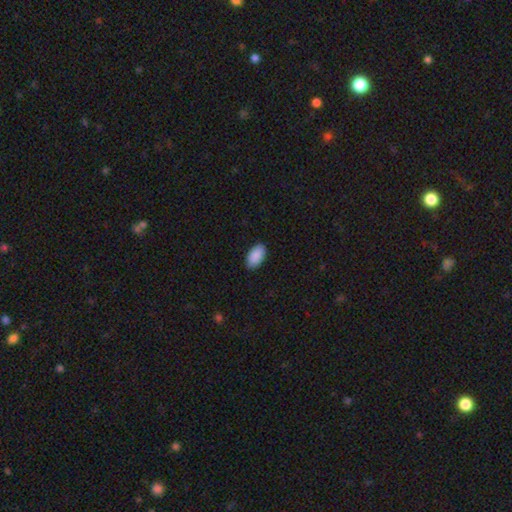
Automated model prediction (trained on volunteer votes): This is clearly a smooth galaxy (91%). How rounded: clearly in between (96%). Merging: clearly none (89%).